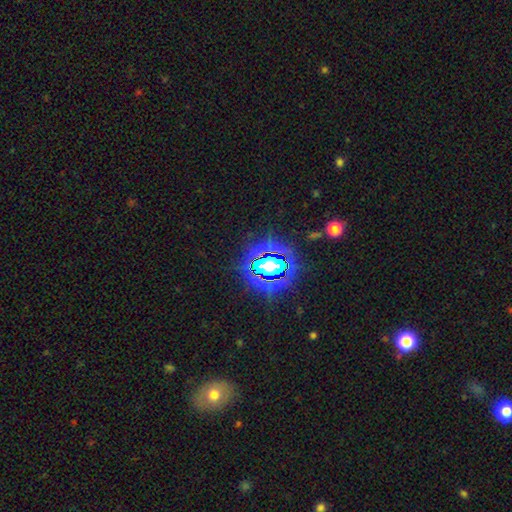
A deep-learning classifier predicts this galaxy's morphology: This appears to be a star or artifact, not a galaxy (79%).